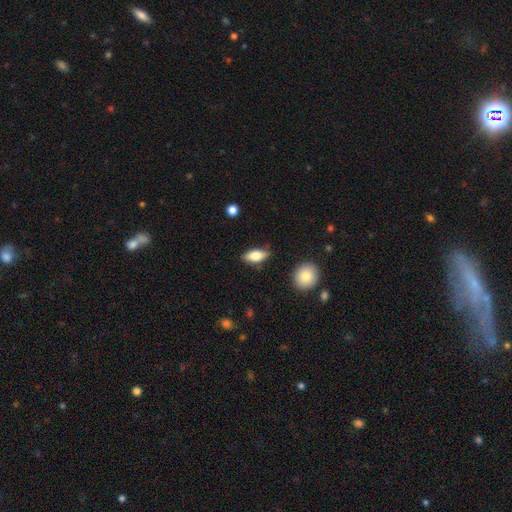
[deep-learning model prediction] This appears to be a smooth galaxy with no disk features (76%) that is in between round and cigar-shaped (84%). Merging: none (83%).